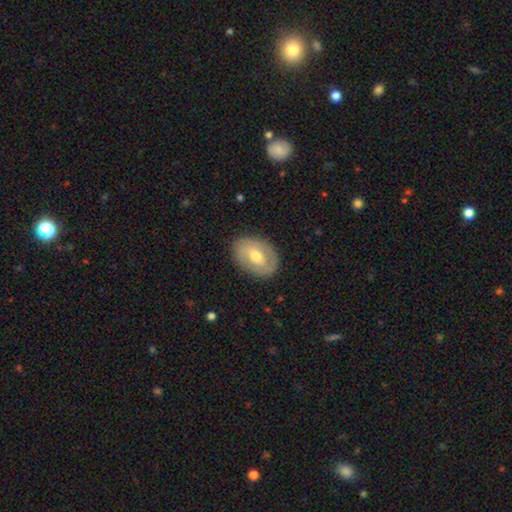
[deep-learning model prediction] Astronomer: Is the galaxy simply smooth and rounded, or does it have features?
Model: featured or disk — 51% (runner-up: smooth, 43%).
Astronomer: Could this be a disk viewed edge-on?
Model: no — 93%.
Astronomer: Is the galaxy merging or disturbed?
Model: none — 84%.